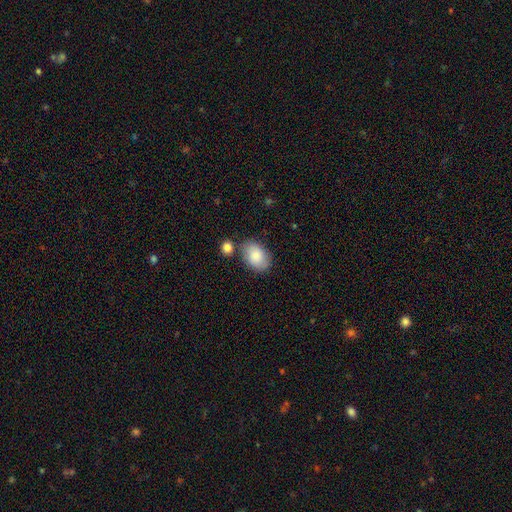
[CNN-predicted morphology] Q: Smooth or featured?
A: smooth (83%); runner-up: featured or disk (10%)
Q: How rounded?
A: in between (85%); runner-up: round (14%)
Q: Merging?
A: none (71%); runner-up: minor disturbance (16%)